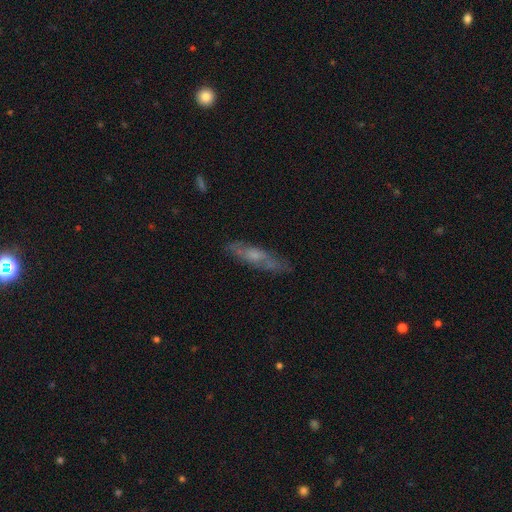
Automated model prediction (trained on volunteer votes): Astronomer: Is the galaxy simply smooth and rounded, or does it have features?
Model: featured or disk — 53% (runner-up: smooth, 40%).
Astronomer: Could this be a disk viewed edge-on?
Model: yes — 51% (runner-up: no, 49%).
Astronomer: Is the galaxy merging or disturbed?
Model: none — 75%.